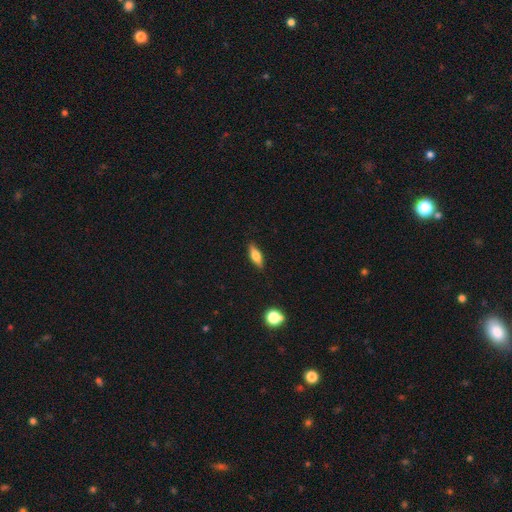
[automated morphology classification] type=smooth (63%); roundness=in between (57%); merging=none (88%).